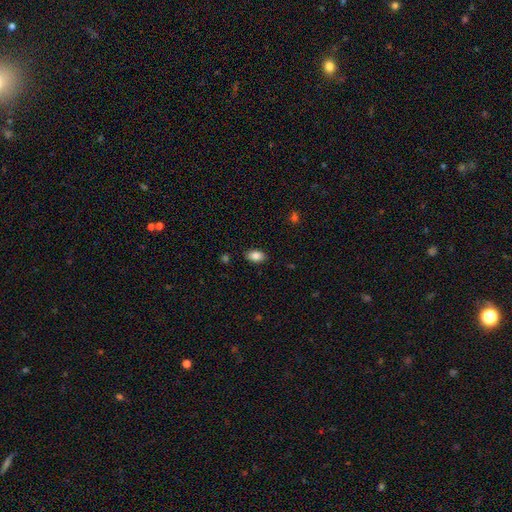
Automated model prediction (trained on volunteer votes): The model was most divided on "merging": none: 87%, minor disturbance: 10%, major disturbance: 2%, merger: 1%. More confident: how rounded — in between (90%); smooth or featured — smooth (86%).